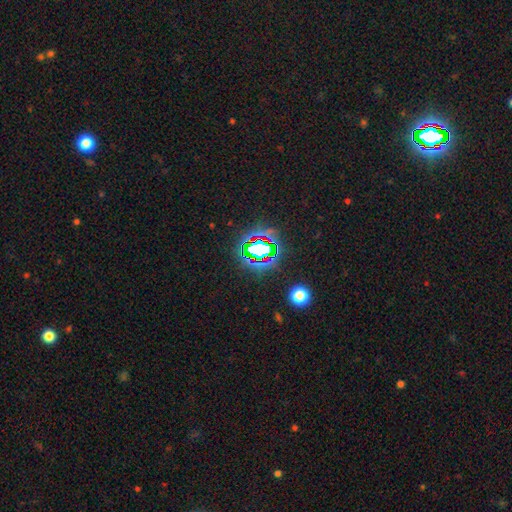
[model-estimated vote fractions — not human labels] This appears to be a star or artifact, not a galaxy (69%).